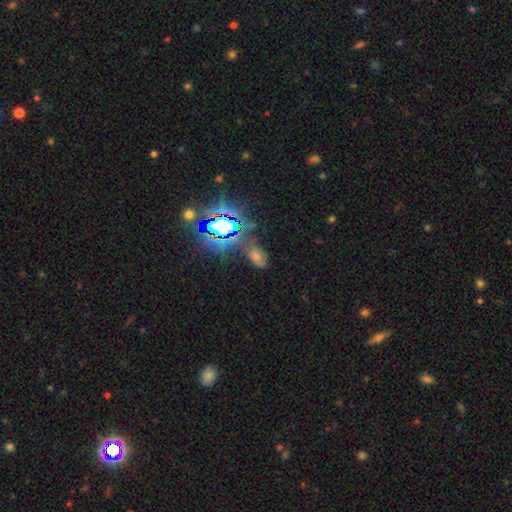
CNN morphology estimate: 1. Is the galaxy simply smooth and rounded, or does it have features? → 55% star or artifact, 30% smooth, 15% featured or disk.